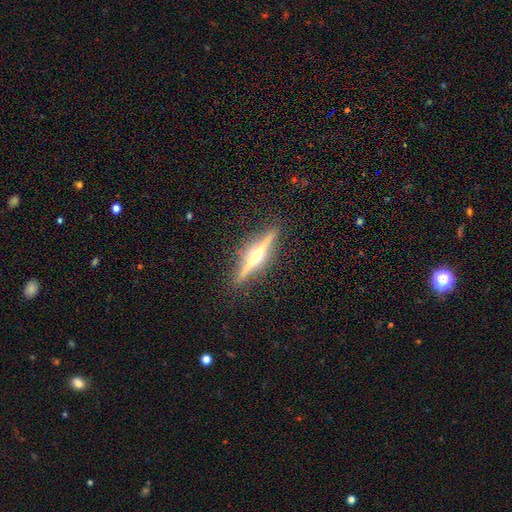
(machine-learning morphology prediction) Overall: featured or disk (81%). Edge-on disk: yes (98%). Edge-on bulge: rounded (93%). Merging: none (90%).